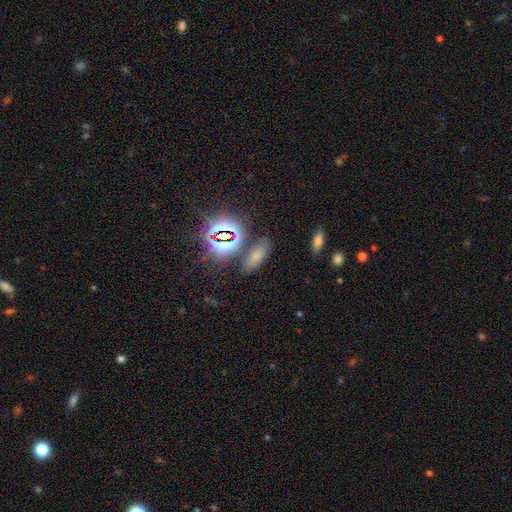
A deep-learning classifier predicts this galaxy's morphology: smooth 61%, star or artifact 29%, featured or disk 10%. Down the decision tree: how rounded — in between (74%); merging — none (77%).